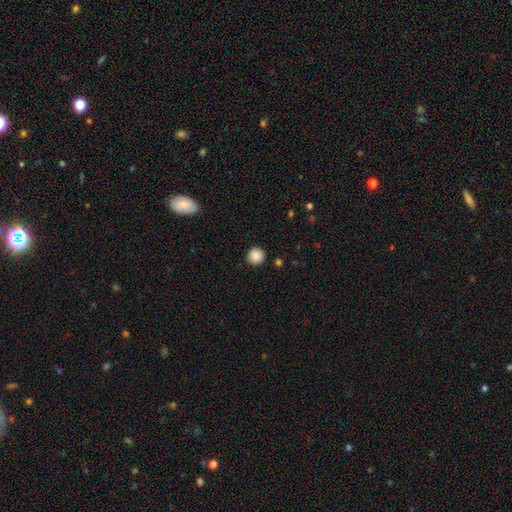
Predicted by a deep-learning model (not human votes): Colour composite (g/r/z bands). It shows a smooth galaxy with no disk features (88%) that is round (95%). Merging: none (91%).